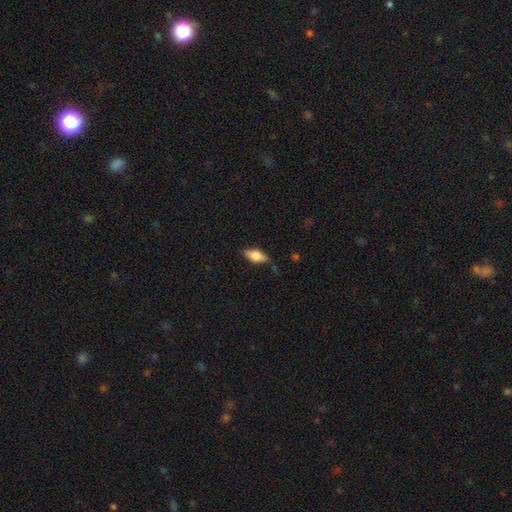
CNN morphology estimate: Smooth or featured?
  - smooth: 66% *
  - featured or disk: 27%
  - star or artifact: 7%
How rounded?
  - in between: 82% *
  - cigar-shaped: 14%
  - round: 4%
Merging?
  - none: 78% *
  - minor disturbance: 17%
  - major disturbance: 3%
  - merger: 2%